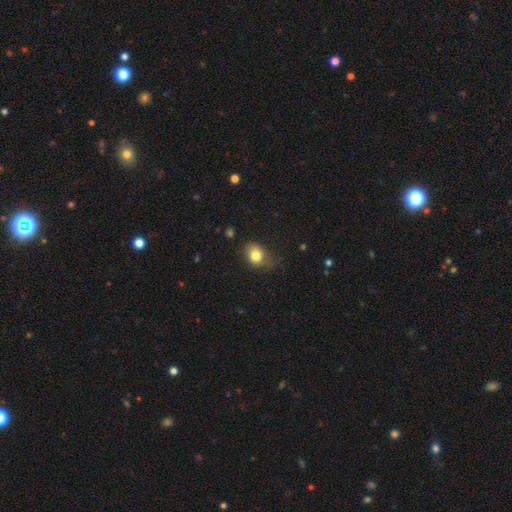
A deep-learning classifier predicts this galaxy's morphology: A smooth galaxy with no disk features (80%) that is in between round and cigar-shaped (51%).

Vote fractions:
- Smooth or featured? smooth: 80% / star or artifact: 11% / featured or disk: 9%
- How rounded? in between: 51% / round: 48% / cigar-shaped: 1%
- Merging? none: 62% / minor disturbance: 28% / major disturbance: 9% / merger: 2%